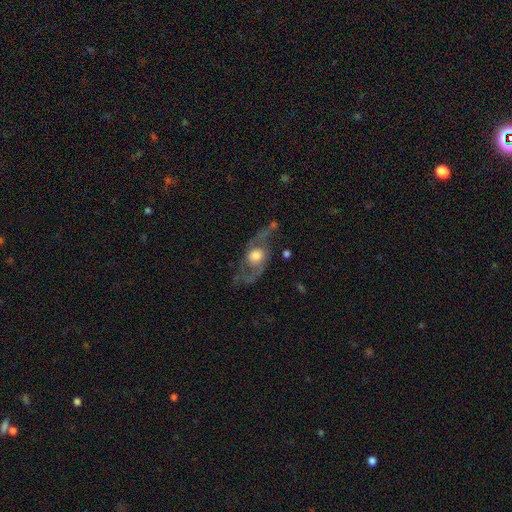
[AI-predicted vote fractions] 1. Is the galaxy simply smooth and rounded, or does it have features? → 70% featured or disk, 23% smooth, 7% star or artifact.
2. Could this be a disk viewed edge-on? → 82% no, 18% yes.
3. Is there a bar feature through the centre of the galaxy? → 78% no, 18% weak, 4% strong.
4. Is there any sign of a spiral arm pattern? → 70% yes, 30% no.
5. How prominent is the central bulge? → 45% large, 41% moderate, 7% small, 6% dominant, 2% none.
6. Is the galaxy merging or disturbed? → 50% none, 24% major disturbance, 20% minor disturbance, 5% merger.